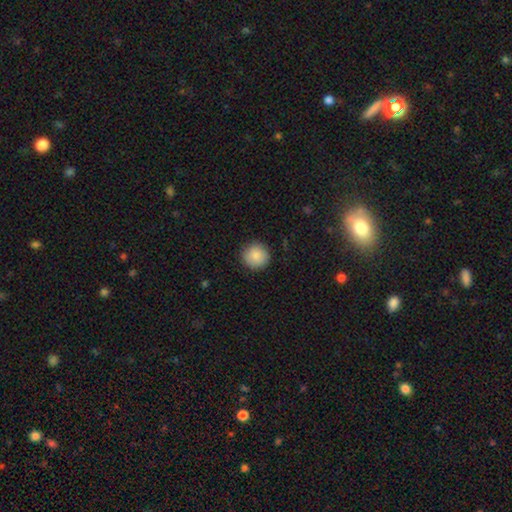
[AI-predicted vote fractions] Overall: smooth (87%). How rounded: round (94%). Merging: none (90%).